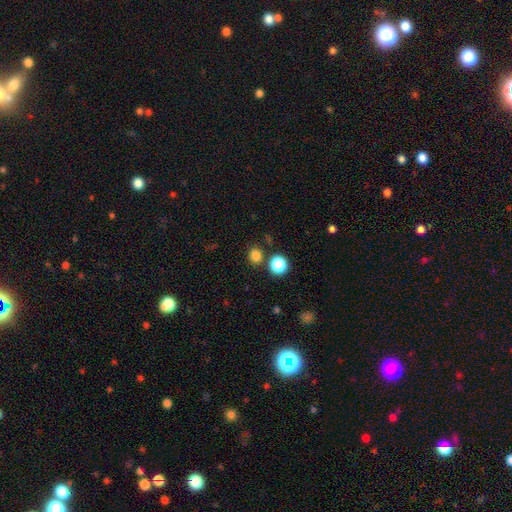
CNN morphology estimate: Smooth or featured: smooth — 82% (star or artifact — 14%)
How rounded: round — 84% (in between — 15%)
Merging: none — 78% (merger — 11%)